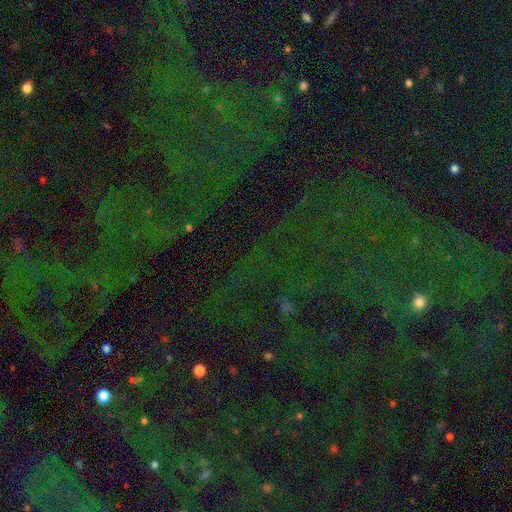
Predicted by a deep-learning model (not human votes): Smooth or featured? star or artifact (79%)